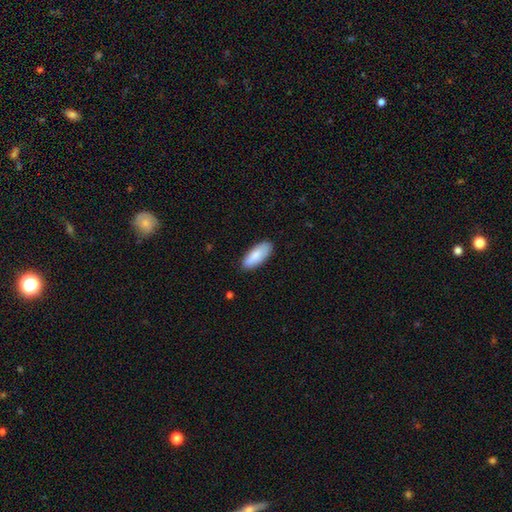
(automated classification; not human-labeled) This appears to be a smooth galaxy with no disk features (86%) that is in between round and cigar-shaped (77%). Merging: none (86%).